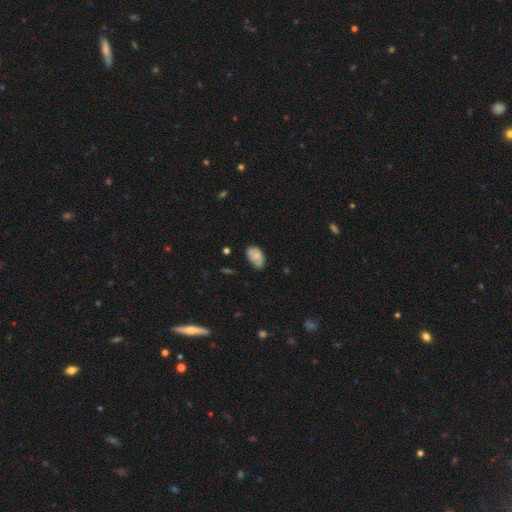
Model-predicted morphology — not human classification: type=smooth (70%); roundness=in between (91%); merging=none (53%).